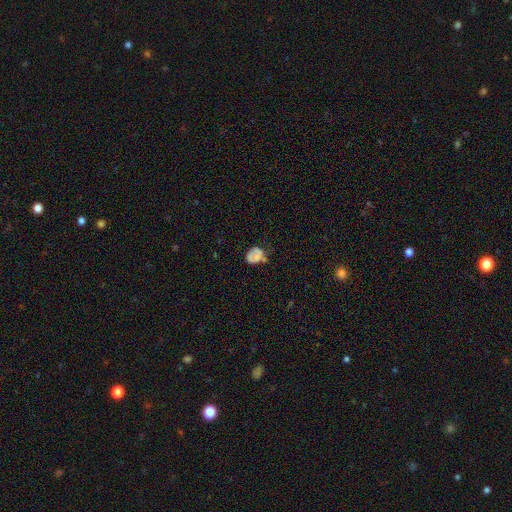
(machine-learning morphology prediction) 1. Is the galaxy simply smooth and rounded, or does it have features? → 66% smooth, 23% featured or disk, 11% star or artifact.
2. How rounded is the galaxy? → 54% round, 45% in between, 1% cigar-shaped.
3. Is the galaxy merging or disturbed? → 50% none, 30% minor disturbance, 12% major disturbance, 7% merger.